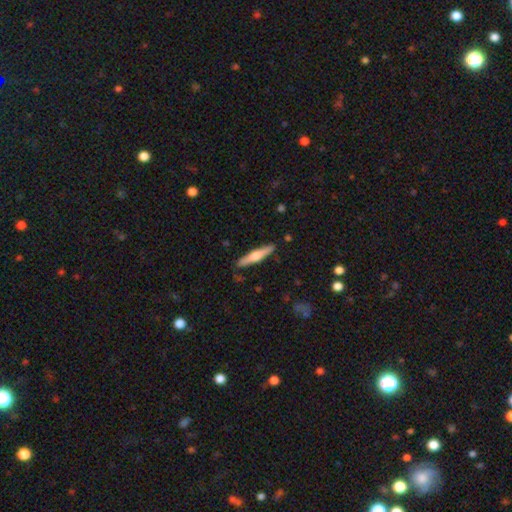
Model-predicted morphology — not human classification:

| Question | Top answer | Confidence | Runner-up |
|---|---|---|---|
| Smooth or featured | featured or disk | 53% | smooth (42%) |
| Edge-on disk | yes | 96% | no (4%) |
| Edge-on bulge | rounded | 84% | boxy (10%) |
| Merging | none | 88% | minor disturbance (9%) |